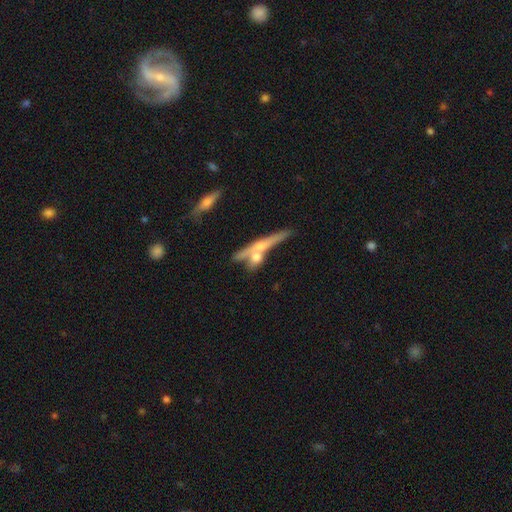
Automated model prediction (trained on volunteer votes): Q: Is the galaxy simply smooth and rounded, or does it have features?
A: featured or disk — 48%.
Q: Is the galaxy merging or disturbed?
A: none — 43%.